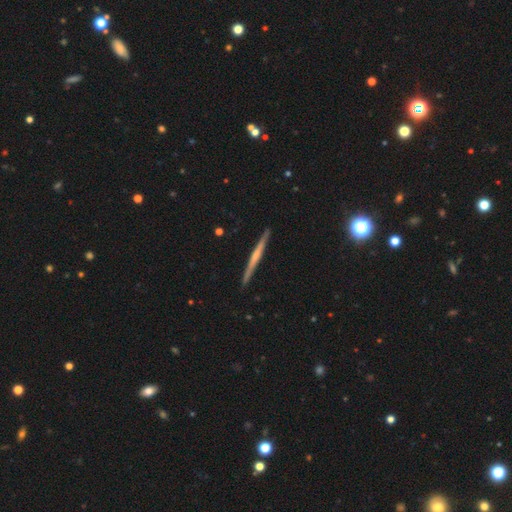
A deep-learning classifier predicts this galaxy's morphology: A featured or disk galaxy (64%) viewed edge-on (98%) with no central bulge (55%). Merging: none (91%).